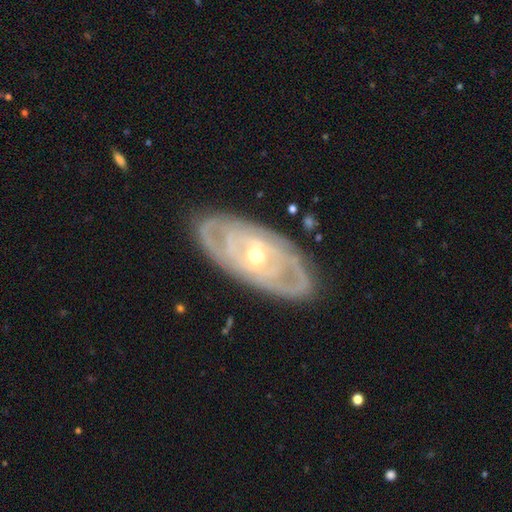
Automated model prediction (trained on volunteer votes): Smooth or featured?
  - featured or disk: 84% *
  - smooth: 11%
  - star or artifact: 5%
Edge-on disk?
  - no: 89% *
  - yes: 11%
Bar?
  - no: 51% *
  - weak: 33%
  - strong: 15%
Spiral arms?
  - yes: 86% *
  - no: 14%
Spiral winding?
  - tight: 76% *
  - medium: 19%
  - loose: 5%
Spiral arm count?
  - can't tell: 42% *
  - 2: 27%
  - 3: 14%
  - 4: 8%
  - more than 4: 5%
  - 1: 4%
Bulge size?
  - moderate: 51% *
  - small: 46%
  - large: 2%
  - none: 1%
  - dominant: 1%
Merging?
  - none: 84% *
  - minor disturbance: 12%
  - major disturbance: 3%
  - merger: 1%